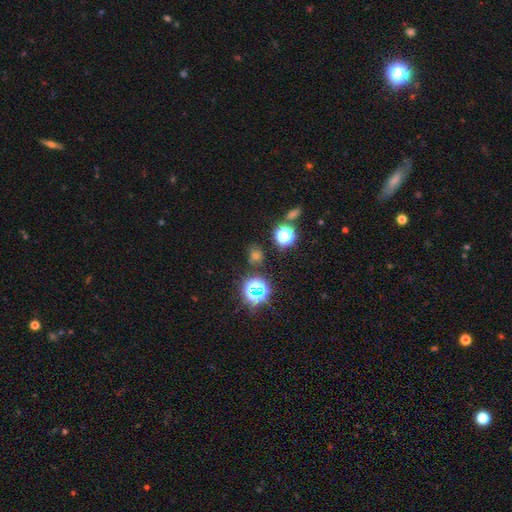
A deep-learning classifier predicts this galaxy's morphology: This is possibly a star or artifact rather than a galaxy (46%, tied with smooth).